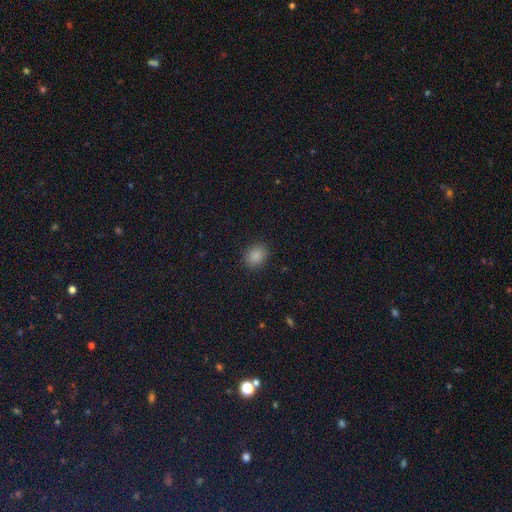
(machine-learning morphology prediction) Q: Smooth or featured?
A: smooth (85%); runner-up: star or artifact (11%)
Q: How rounded?
A: in between (50%); runner-up: round (49%)
Q: Merging?
A: none (89%); runner-up: minor disturbance (8%)